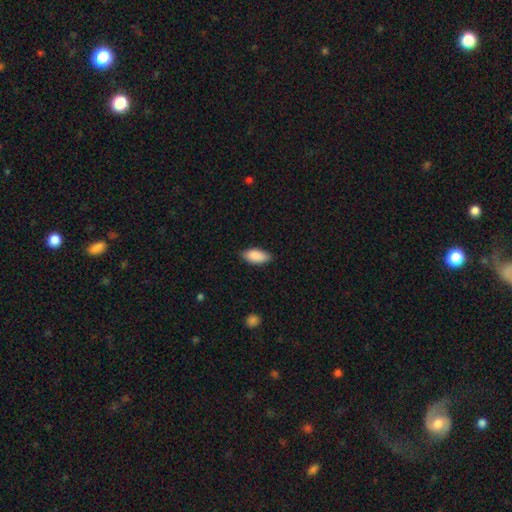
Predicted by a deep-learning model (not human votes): Smooth or featured: smooth — 89% (star or artifact — 6%)
How rounded: in between — 90% (cigar-shaped — 8%)
Merging: none — 80% (minor disturbance — 16%)